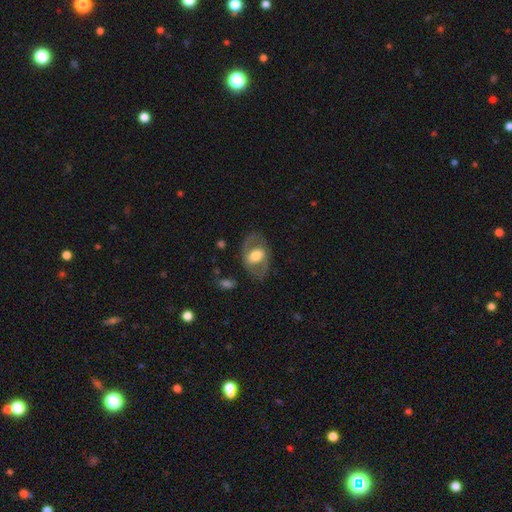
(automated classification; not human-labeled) A featured or disk galaxy (59%) with no bar (43%), no spiral arms (53%) and a moderate central bulge (49%).

Vote fractions:
- Smooth or featured? featured or disk: 59% / smooth: 35% / star or artifact: 6%
- Edge-on disk? no: 91% / yes: 9%
- Bar? no: 43% / weak: 35% / strong: 22%
- Spiral arms? no: 53% / yes: 47%
- Bulge size? moderate: 49% / large: 37% / small: 9% / dominant: 4% / none: 2%
- Merging? none: 73% / minor disturbance: 15% / major disturbance: 10% / merger: 2%